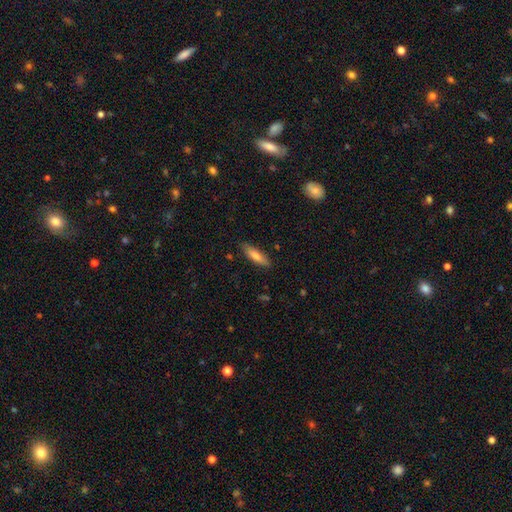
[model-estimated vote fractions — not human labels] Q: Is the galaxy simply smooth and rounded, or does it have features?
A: smooth — 73%.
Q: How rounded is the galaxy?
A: cigar-shaped — 63%.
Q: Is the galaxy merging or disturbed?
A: none — 85%.